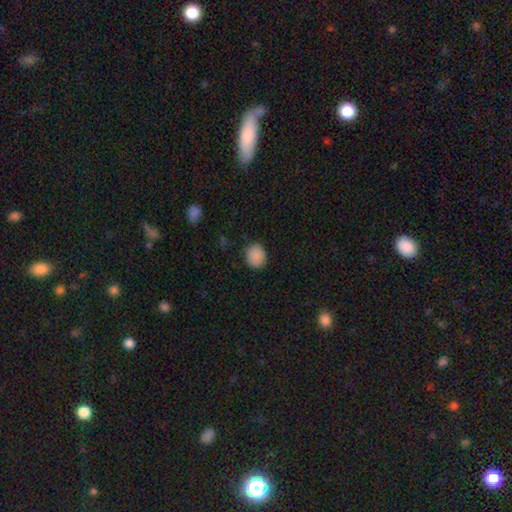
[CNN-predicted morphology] smooth-or-featured: smooth: 88% | star or artifact: 9% | featured or disk: 3%
  how-rounded: round: 66% | in between: 33% | cigar-shaped: 1%
  merging: none: 86% | minor disturbance: 11% | major disturbance: 3% | merger: 1%